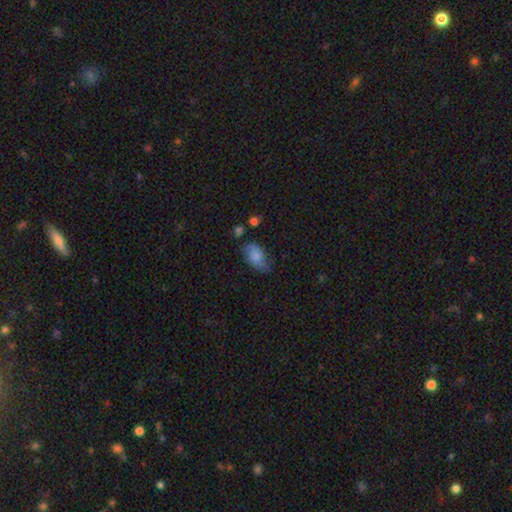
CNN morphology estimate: This appears to be a smooth galaxy with no disk features (61%) that is in between round and cigar-shaped (89%). Merging: none (54%).